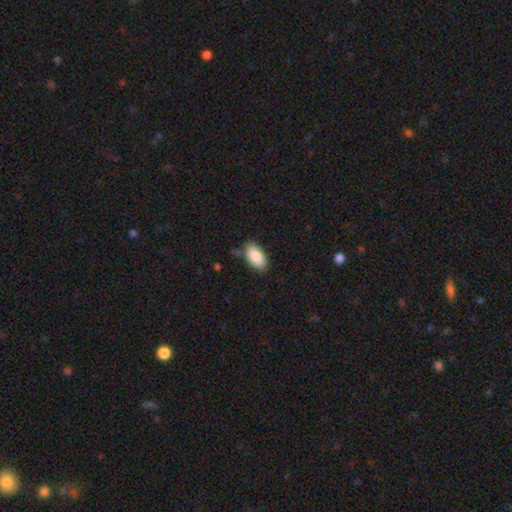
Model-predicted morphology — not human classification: Q: Smooth or featured?
A: smooth (86%); runner-up: featured or disk (8%)
Q: How rounded?
A: in between (94%); runner-up: cigar-shaped (4%)
Q: Merging?
A: none (77%); runner-up: minor disturbance (17%)